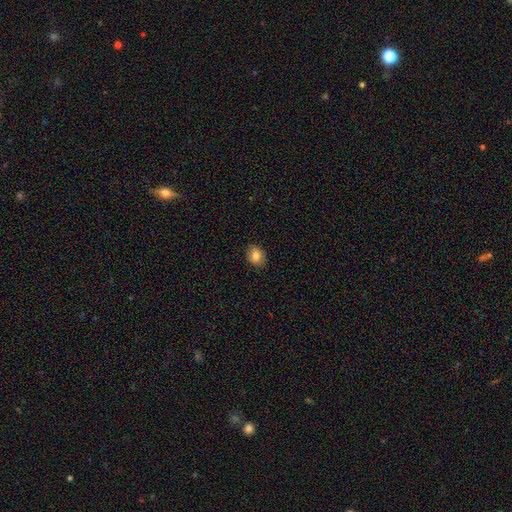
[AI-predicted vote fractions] This appears to be a smooth galaxy with no disk features (81%) that is in between round and cigar-shaped (52%). Merging: none (85%).